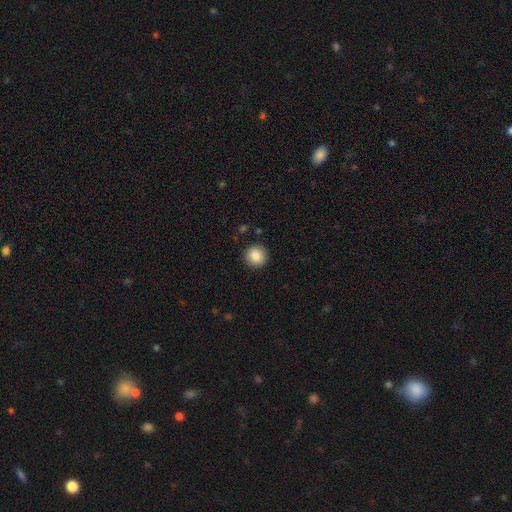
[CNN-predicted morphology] This appears to be a smooth galaxy with no disk features (87%) that is round (93%). Merging: none (91%).